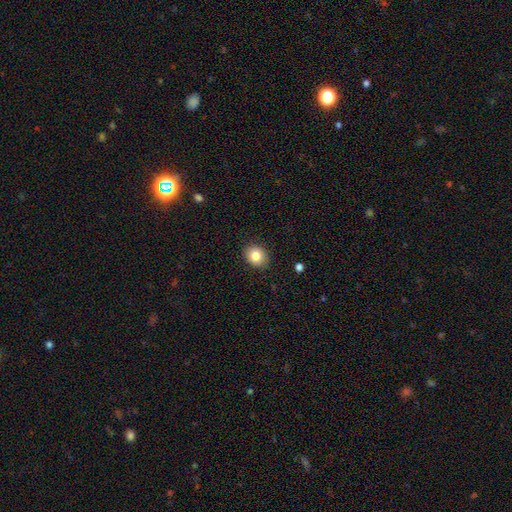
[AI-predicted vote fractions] Morphology: type=smooth (83%); roundness=round (54%); merging=none (87%).